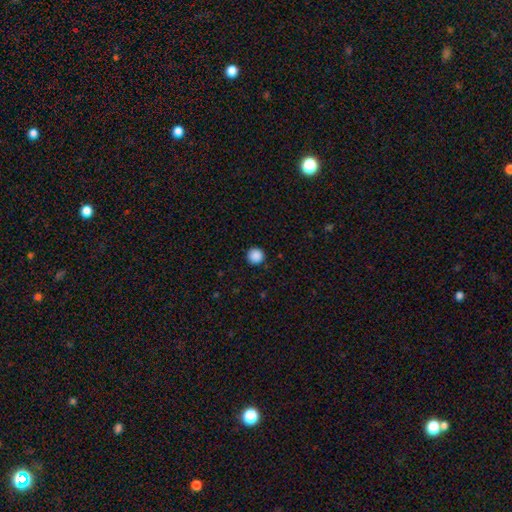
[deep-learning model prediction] This appears to be a smooth galaxy with no disk features (88%) that is round (96%). Merging: none (92%).